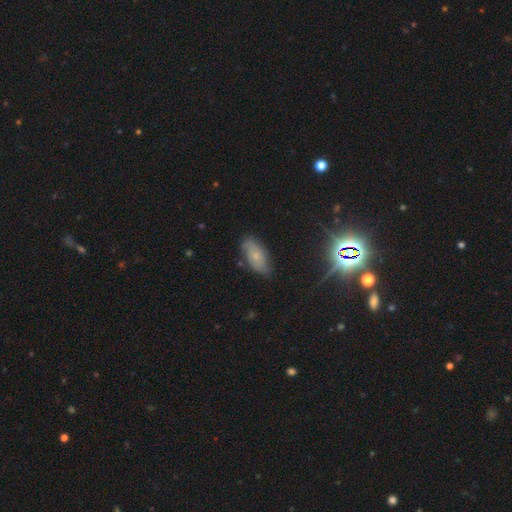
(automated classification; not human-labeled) Morphology: type=smooth (53%); roundness=in between (88%); merging=none (74%).